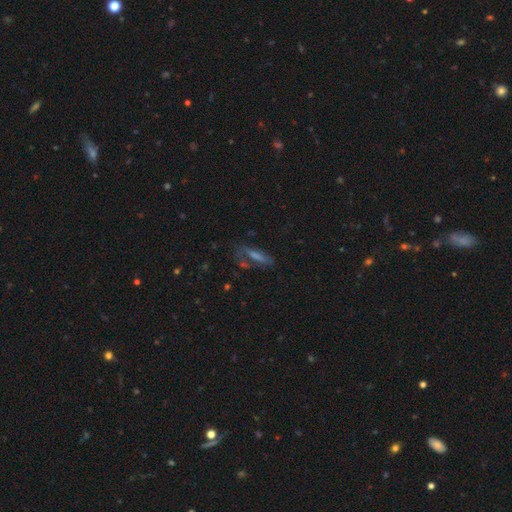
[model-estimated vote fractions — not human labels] Overall: featured or disk (42%; smooth 36%). Merging: none (58%; minor disturbance 20%).